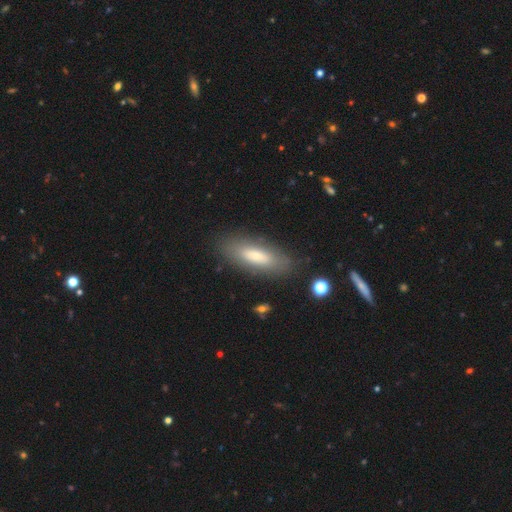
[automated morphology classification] Smooth or featured? Predicted: smooth (p=0.66). How rounded? Predicted: in between (p=0.60). Merging? Predicted: none (p=0.83).